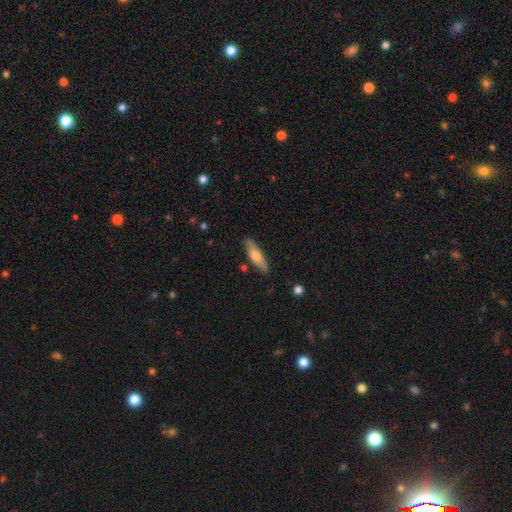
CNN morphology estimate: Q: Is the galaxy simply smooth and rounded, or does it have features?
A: smooth — 61%.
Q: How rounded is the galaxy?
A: cigar-shaped — 60%.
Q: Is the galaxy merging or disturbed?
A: none — 85%.